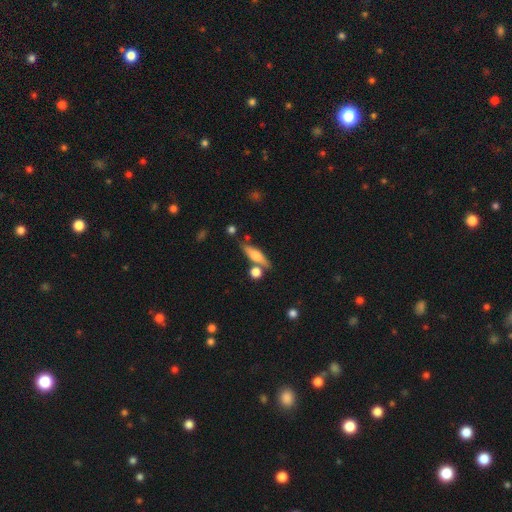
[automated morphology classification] smooth_or_featured: smooth (p=0.49) [alt: featured or disk p=0.44]
merging: none (p=0.72) [alt: merger p=0.13]